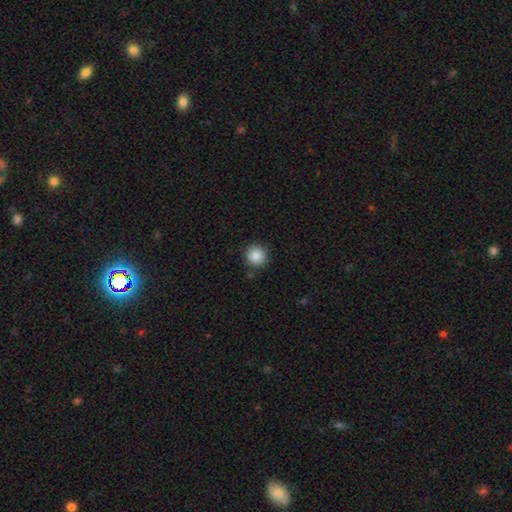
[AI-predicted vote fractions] A smooth galaxy with no disk features (86%) that is round (94%).

Vote fractions:
- Smooth or featured? smooth: 86% / star or artifact: 10% / featured or disk: 4%
- How rounded? round: 94% / in between: 5% / cigar-shaped: 1%
- Merging? none: 90% / minor disturbance: 7% / major disturbance: 2% / merger: 2%